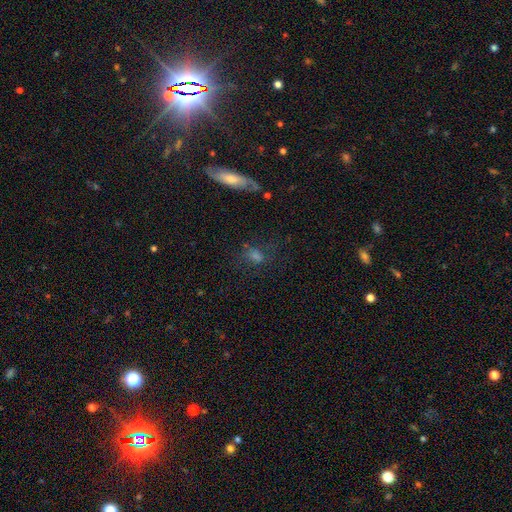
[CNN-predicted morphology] type=smooth (52%); roundness=in between (54%); merging=none (65%).